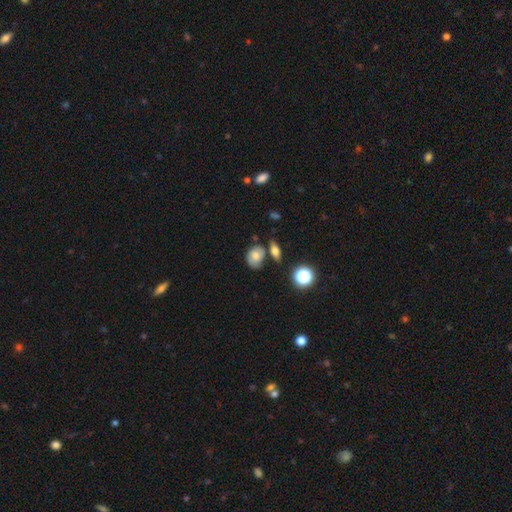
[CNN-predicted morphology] This is likely a smooth galaxy (62%). How rounded: possibly in between (57%). Merging: possibly none (55%).